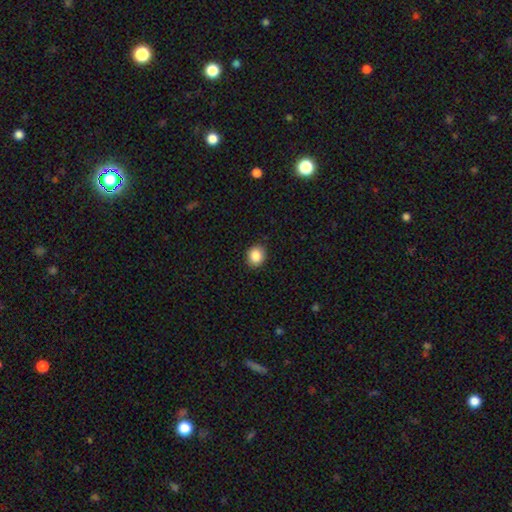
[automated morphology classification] Smooth or featured? Predicted: smooth (p=0.87). How rounded? Predicted: round (p=0.61). Merging? Predicted: none (p=0.89).